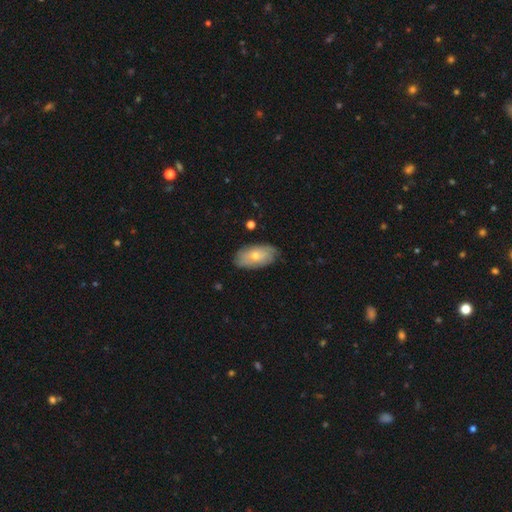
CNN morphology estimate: type=smooth (57%); roundness=in between (92%); merging=none (71%).